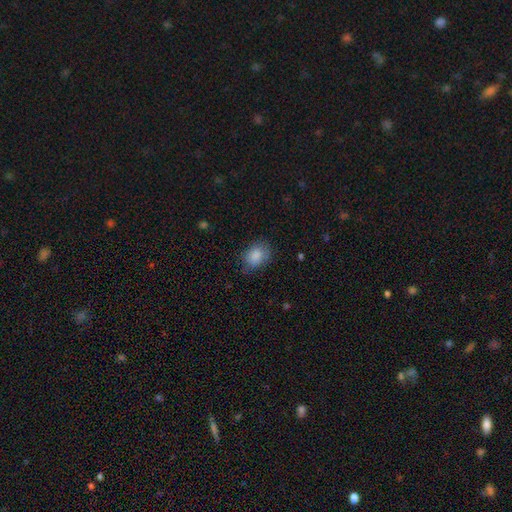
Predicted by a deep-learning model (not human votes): The model was most divided on "how rounded": in between: 65%, round: 34%, cigar-shaped: 1%. More confident: smooth or featured — smooth (86%); merging — none (72%).